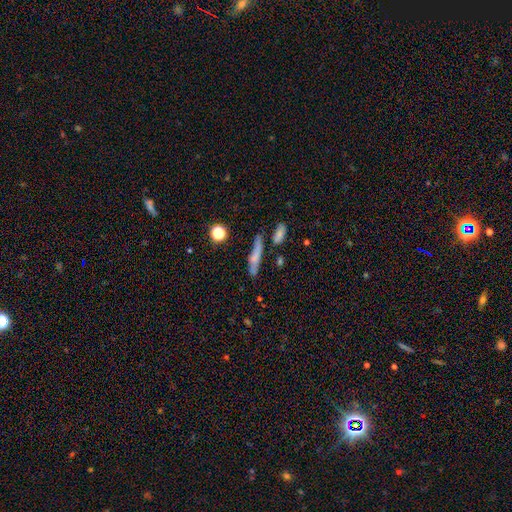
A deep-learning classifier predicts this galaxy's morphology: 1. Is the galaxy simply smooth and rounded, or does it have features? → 57% smooth, 32% featured or disk, 12% star or artifact.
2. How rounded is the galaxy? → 80% cigar-shaped, 14% in between, 6% round.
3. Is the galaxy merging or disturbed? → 62% none, 19% minor disturbance, 11% merger, 7% major disturbance.